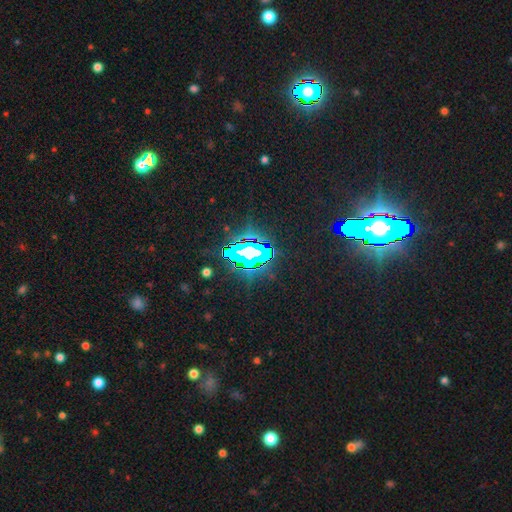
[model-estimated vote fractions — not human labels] Smooth or featured: star or artifact — 82% (smooth — 10%)